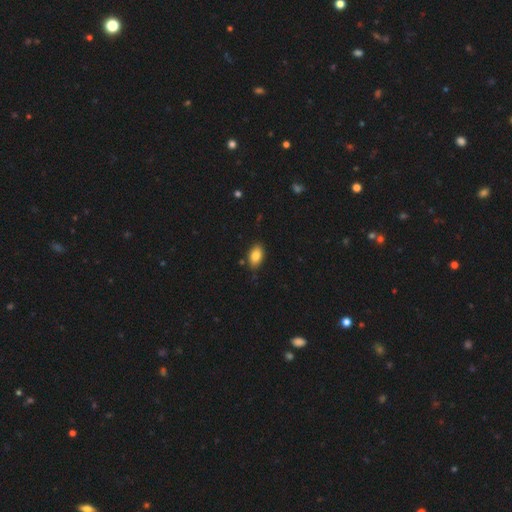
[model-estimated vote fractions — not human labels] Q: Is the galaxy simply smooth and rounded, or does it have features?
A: smooth — 84%.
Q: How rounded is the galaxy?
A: in between — 91%.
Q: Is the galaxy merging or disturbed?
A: none — 81%.